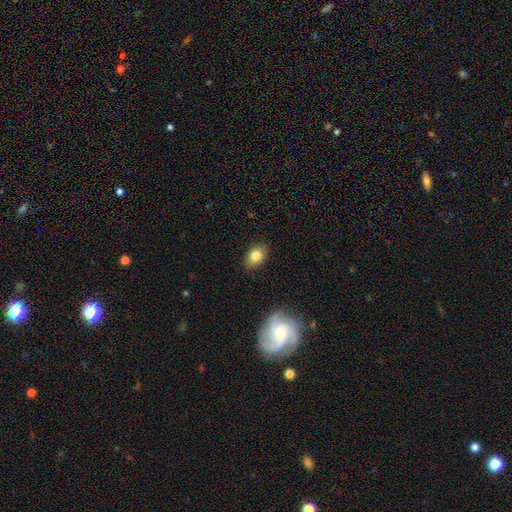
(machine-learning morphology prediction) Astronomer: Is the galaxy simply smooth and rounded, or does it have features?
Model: smooth — 82%.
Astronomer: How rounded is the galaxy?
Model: in between — 71%.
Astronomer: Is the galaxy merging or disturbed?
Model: none — 85%.